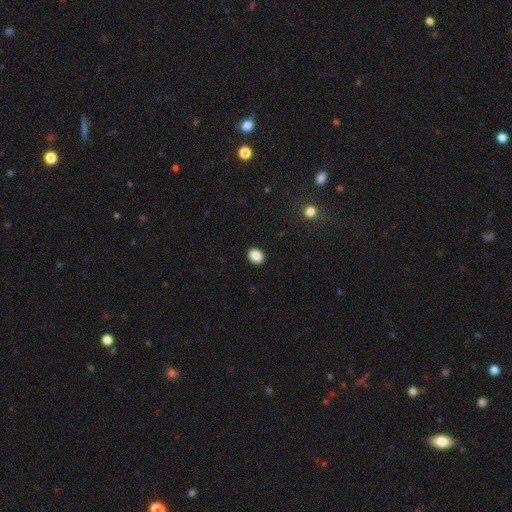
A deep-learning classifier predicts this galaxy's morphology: This is clearly a smooth galaxy (88%). How rounded: possibly round (50%). Merging: clearly none (92%).